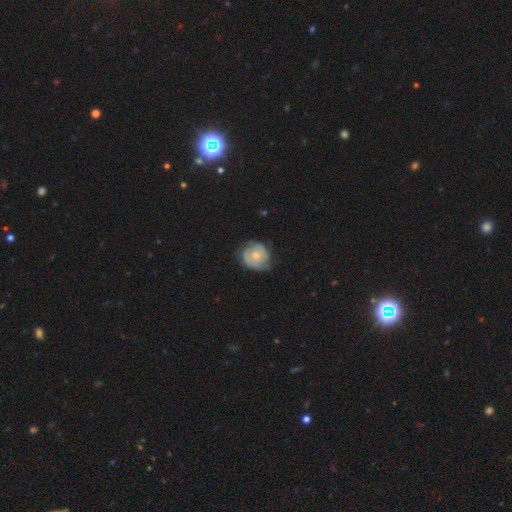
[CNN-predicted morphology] This is possibly a featured or disk galaxy (55%). It is clearly not viewed edge-on (97%). Bar: clearly no (81%). Spiral arm pattern: likely yes (77%). Central bulge: possibly small (52%). Merging: likely none (61%).